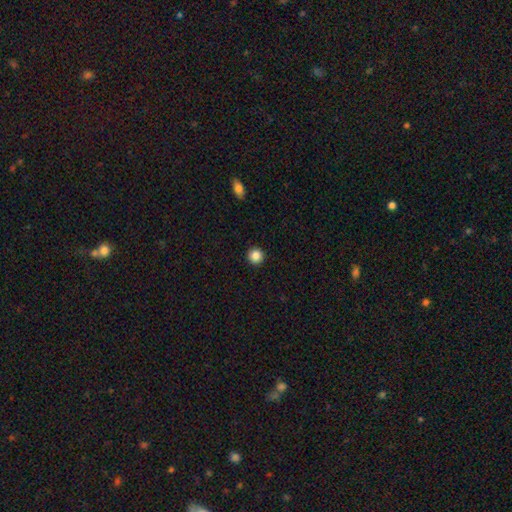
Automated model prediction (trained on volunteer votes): Q: Smooth or featured?
A: smooth (86%); runner-up: star or artifact (10%)
Q: How rounded?
A: round (95%); runner-up: in between (4%)
Q: Merging?
A: none (93%); runner-up: minor disturbance (4%)